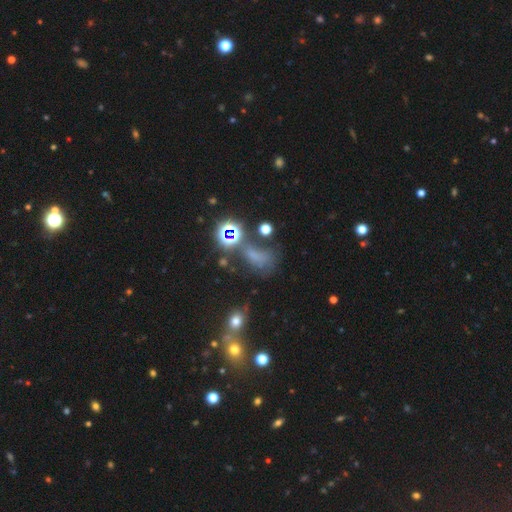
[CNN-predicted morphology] A star or artifact, not a galaxy (42%).